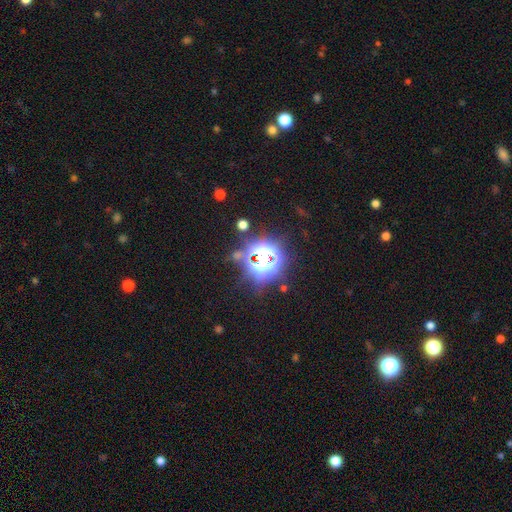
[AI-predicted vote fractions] smooth_or_featured: star or artifact (p=0.83) [alt: smooth p=0.11]